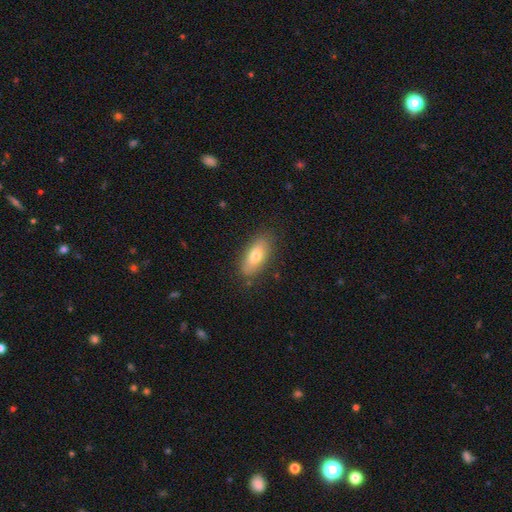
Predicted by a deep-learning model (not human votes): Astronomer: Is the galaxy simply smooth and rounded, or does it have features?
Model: smooth — 74%.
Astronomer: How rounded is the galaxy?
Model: in between — 83%.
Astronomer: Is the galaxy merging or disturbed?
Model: none — 83%.